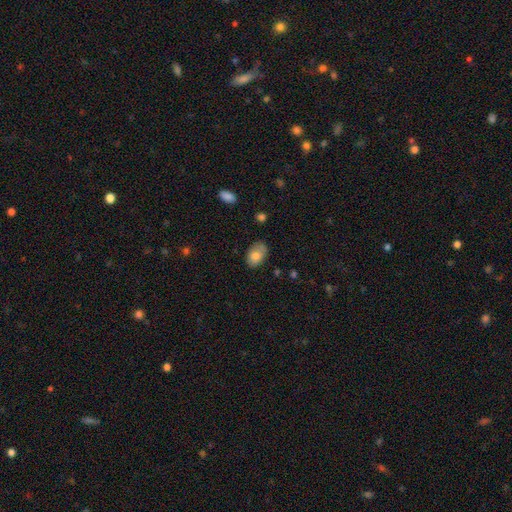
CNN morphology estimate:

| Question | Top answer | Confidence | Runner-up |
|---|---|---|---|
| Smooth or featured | smooth | 79% | featured or disk (13%) |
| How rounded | in between | 89% | round (10%) |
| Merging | none | 71% | minor disturbance (22%) |